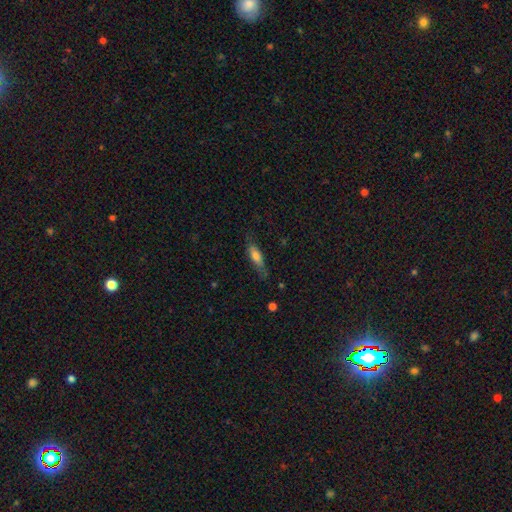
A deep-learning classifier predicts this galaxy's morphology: smooth 69%, featured or disk 24%, star or artifact 7%. Down the decision tree: how rounded — cigar-shaped (50%); merging — none (66%).